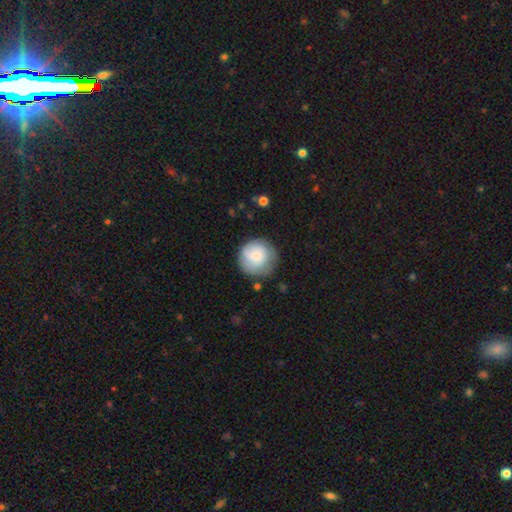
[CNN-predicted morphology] type=smooth (75%); roundness=round (93%); merging=none (67%).